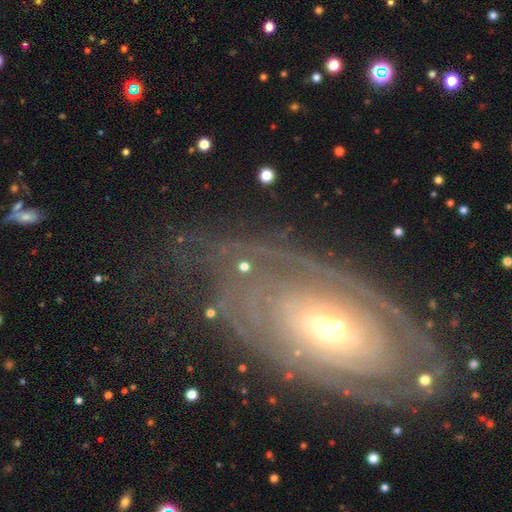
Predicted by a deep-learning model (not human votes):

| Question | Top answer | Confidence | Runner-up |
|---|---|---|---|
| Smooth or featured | featured or disk | 81% | smooth (11%) |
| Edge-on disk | no | 92% | yes (8%) |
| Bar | no | 68% | weak (22%) |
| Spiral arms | yes | 84% | no (16%) |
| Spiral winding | tight | 77% | medium (17%) |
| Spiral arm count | can't tell | 49% | 2 (18%) |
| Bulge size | moderate | 58% | small (30%) |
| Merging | none | 70% | minor disturbance (16%) |